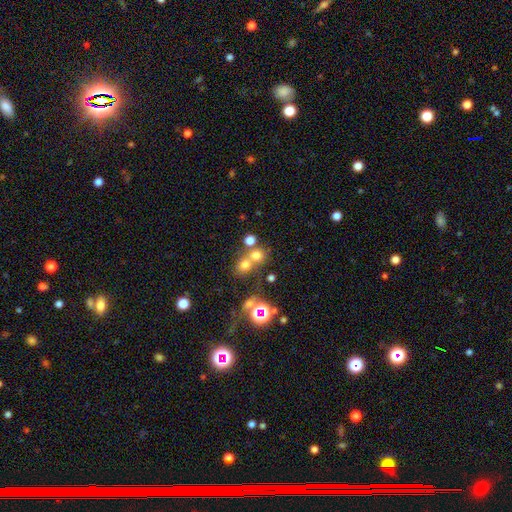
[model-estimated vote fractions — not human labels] This is likely a smooth galaxy (63%). How rounded: clearly round (82%). Merging: possibly none (47%).